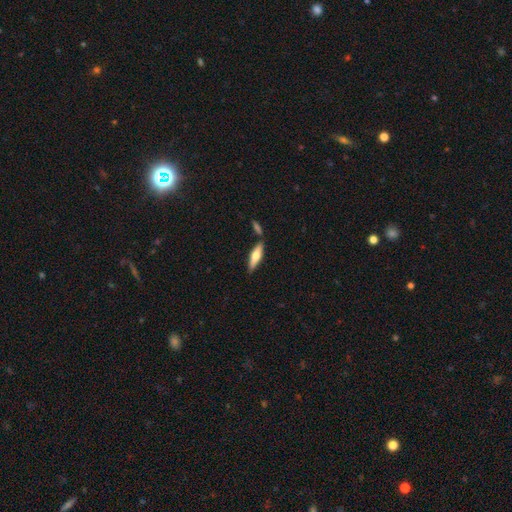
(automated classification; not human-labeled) This is possibly a smooth galaxy (51%). How rounded: likely cigar-shaped (65%). Merging: likely none (77%).